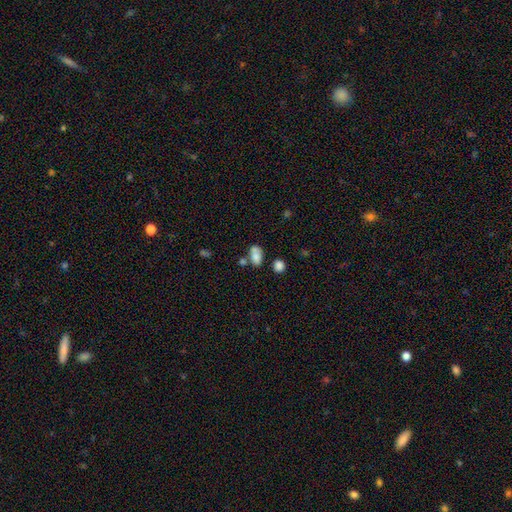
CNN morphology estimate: Overall: smooth (77%). How rounded: in between (84%). Merging: none (39%; merger 37%).